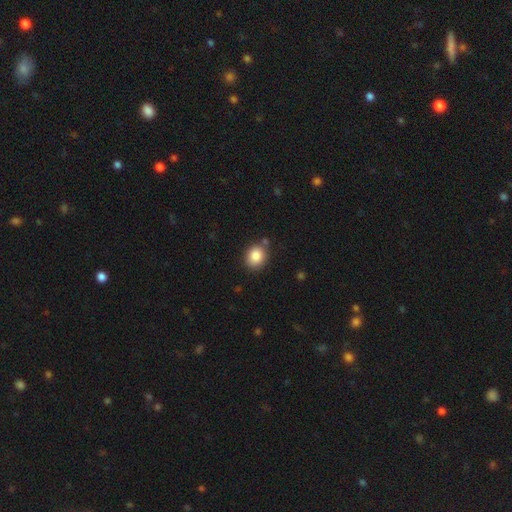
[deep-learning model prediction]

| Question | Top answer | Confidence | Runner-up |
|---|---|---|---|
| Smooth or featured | smooth | 86% | star or artifact (9%) |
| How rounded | round | 61% | in between (38%) |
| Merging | none | 79% | minor disturbance (12%) |